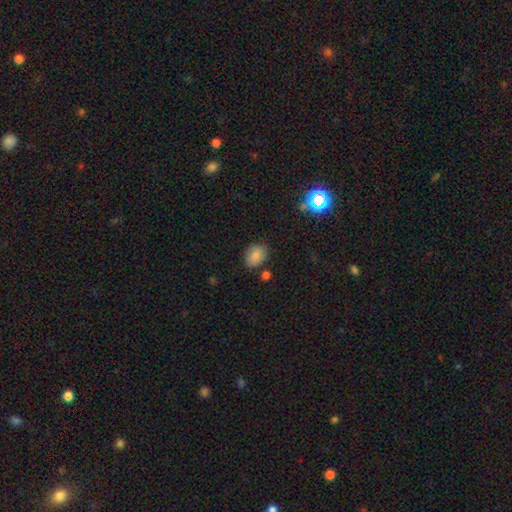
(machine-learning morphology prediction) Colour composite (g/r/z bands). It shows a smooth galaxy with no disk features (84%) that is in between round and cigar-shaped (66%). Merging: none (76%).